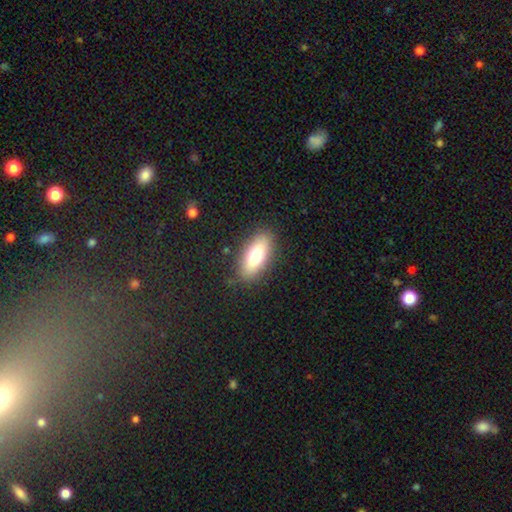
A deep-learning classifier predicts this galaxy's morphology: Smooth or featured? smooth (72%)
How rounded? in between (78%)
Merging? none (86%)